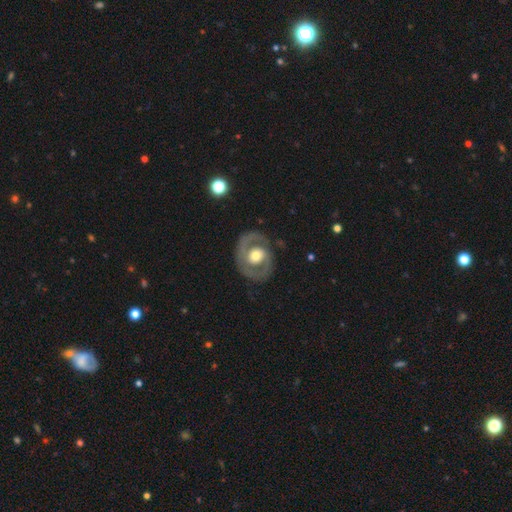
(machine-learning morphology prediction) type=featured or disk (72%); edge-on=no (96%); bar=no (64%); spiral arms=yes (63%); bulge=moderate (61%); merging=none (80%).